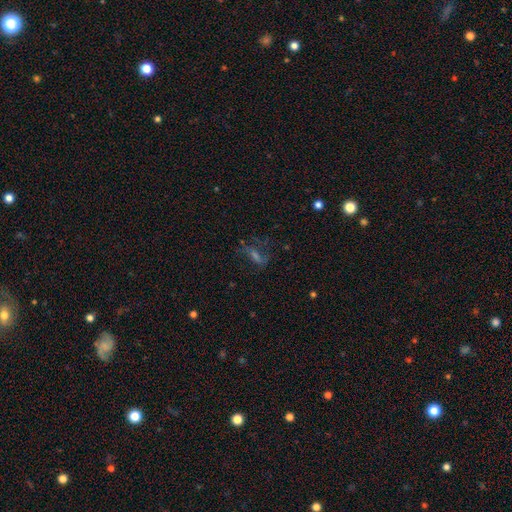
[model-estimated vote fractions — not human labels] Smooth or featured? featured or disk (43%)
Merging? none (54%)